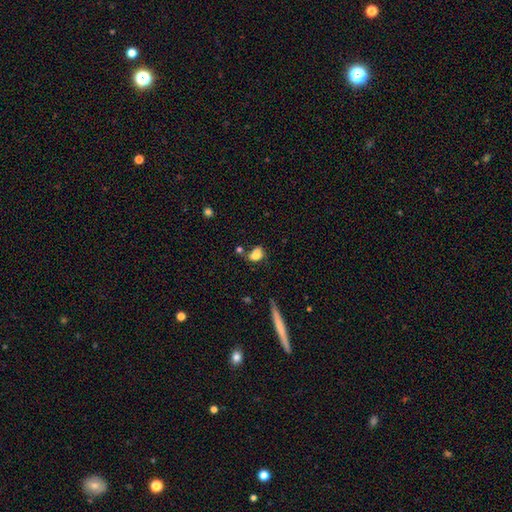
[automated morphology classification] The model was most divided on "merging": none: 49%, minor disturbance: 25%, merger: 16%, major disturbance: 10%. More confident: smooth or featured — smooth (81%); how rounded — in between (79%).